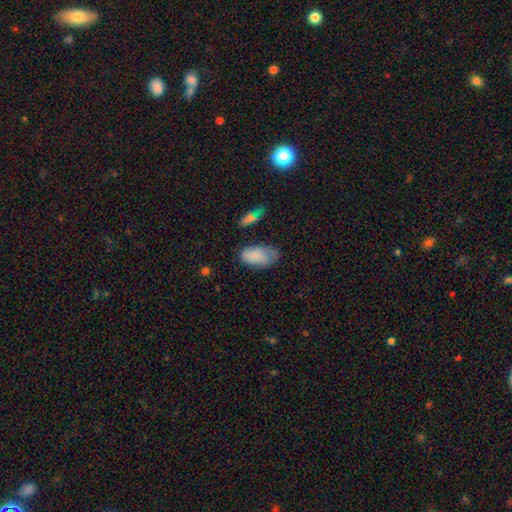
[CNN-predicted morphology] type=smooth (81%); roundness=in between (94%); merging=none (51%).